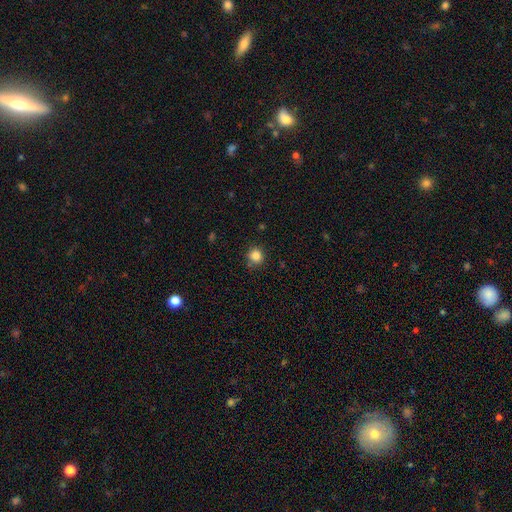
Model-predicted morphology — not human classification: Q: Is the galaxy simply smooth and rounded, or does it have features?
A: smooth — 84%.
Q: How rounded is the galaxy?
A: round — 90%.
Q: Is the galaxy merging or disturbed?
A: none — 83%.